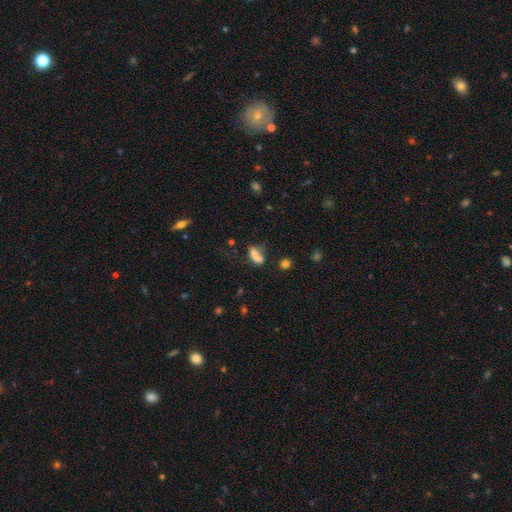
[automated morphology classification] type=smooth (68%); roundness=in between (74%); merging=none (33%).